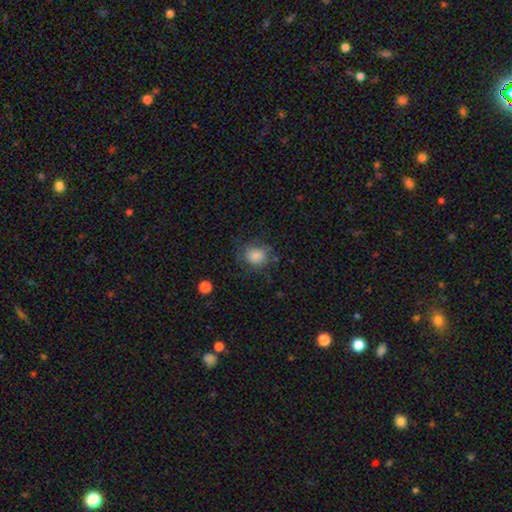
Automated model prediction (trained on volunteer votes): Overall: smooth (76%). How rounded: round (69%; in between 30%). Merging: none (64%).